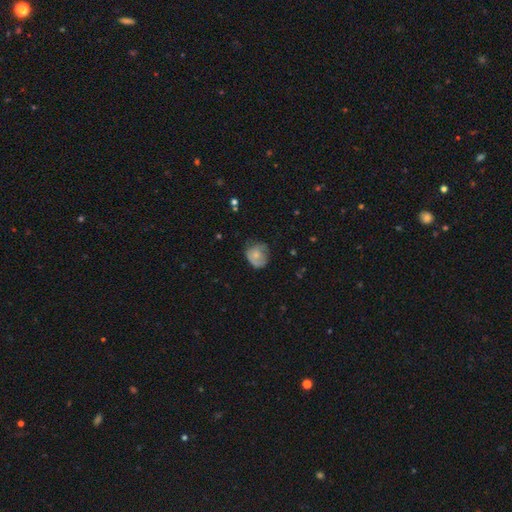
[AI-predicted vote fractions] Q: Smooth or featured?
A: smooth (62%); runner-up: featured or disk (30%)
Q: How rounded?
A: round (70%); runner-up: in between (29%)
Q: Merging?
A: none (48%); runner-up: minor disturbance (33%)